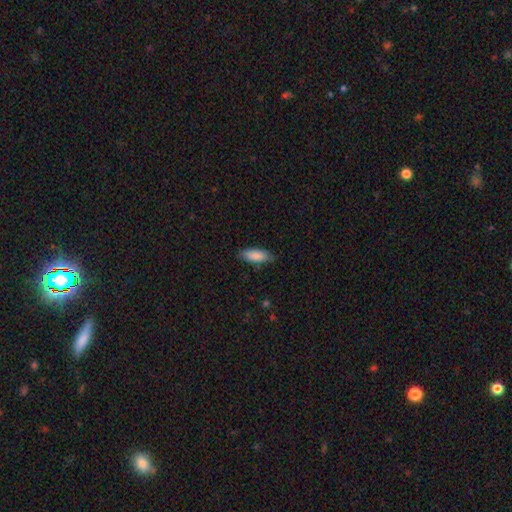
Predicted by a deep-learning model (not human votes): Smooth or featured? smooth (87%)
How rounded? in between (71%)
Merging? none (83%)